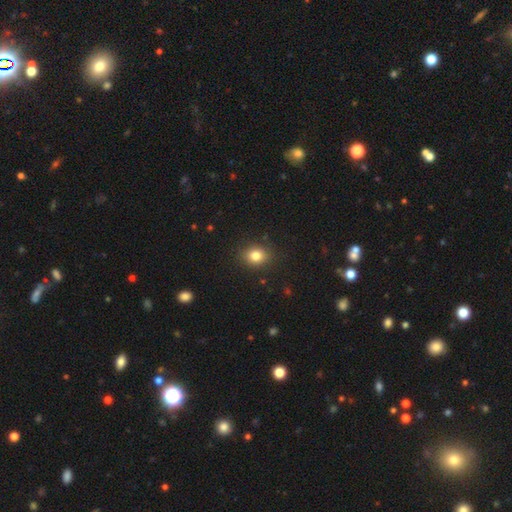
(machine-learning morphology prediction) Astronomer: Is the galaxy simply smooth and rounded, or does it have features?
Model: smooth — 82%.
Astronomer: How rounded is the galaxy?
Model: round — 56% (runner-up: in between, 43%).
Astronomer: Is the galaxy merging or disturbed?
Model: none — 87%.